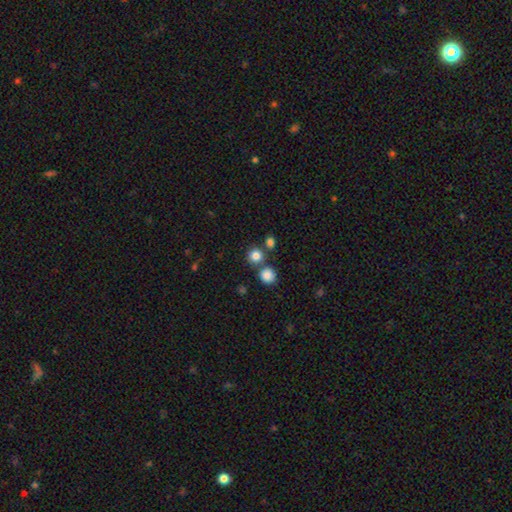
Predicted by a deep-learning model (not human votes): This is clearly a smooth galaxy (82%). How rounded: clearly round (90%). Merging: likely none (73%).